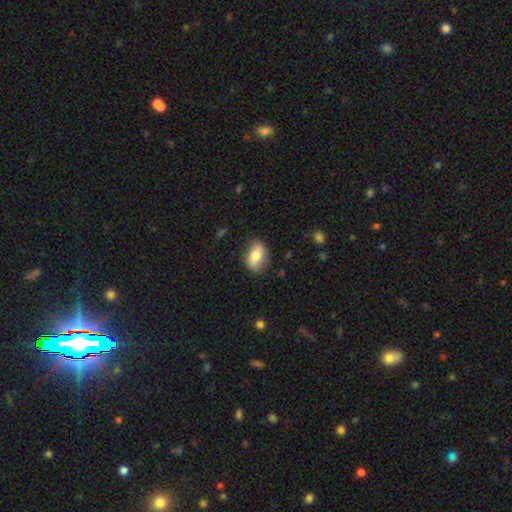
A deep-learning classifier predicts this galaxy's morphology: smooth 73%, featured or disk 20%, star or artifact 7%. Down the decision tree: how rounded — in between (83%); merging — none (76%).